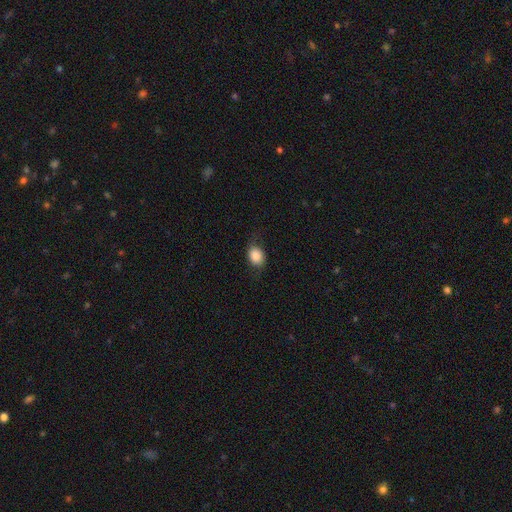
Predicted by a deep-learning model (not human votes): smooth_or_featured: smooth (p=0.84) [alt: star or artifact p=0.08]
how_rounded: in between (p=0.52) [alt: round p=0.47]
merging: none (p=0.71) [alt: minor disturbance p=0.21]